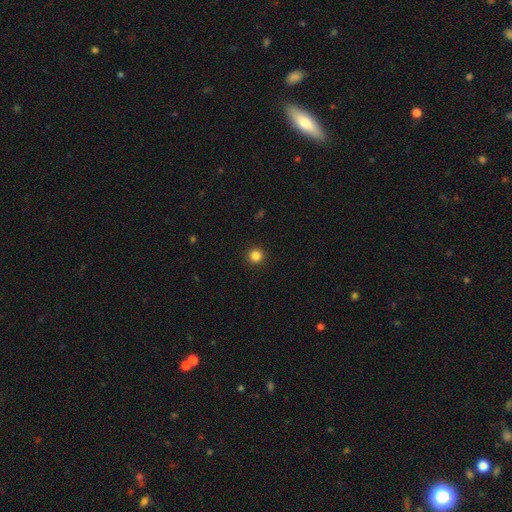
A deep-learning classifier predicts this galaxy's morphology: Smooth or featured?
  - smooth: 84% *
  - star or artifact: 12%
  - featured or disk: 4%
How rounded?
  - round: 96% *
  - in between: 3%
  - cigar-shaped: 1%
Merging?
  - none: 93% *
  - minor disturbance: 4%
  - major disturbance: 2%
  - merger: 1%